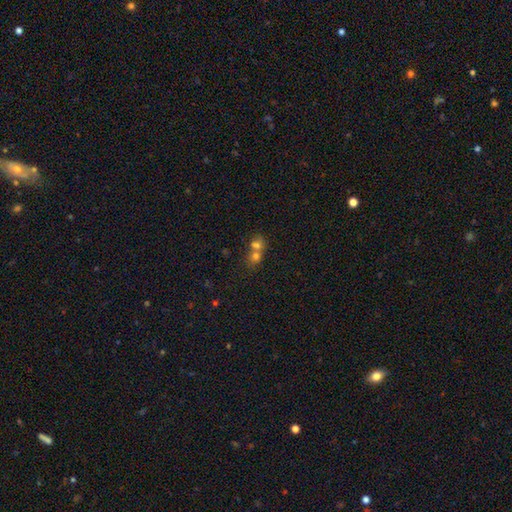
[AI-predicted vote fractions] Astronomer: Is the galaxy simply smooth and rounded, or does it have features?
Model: smooth — 64%.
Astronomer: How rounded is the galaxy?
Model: round — 70%.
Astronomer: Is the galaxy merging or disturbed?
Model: merger — 63%.